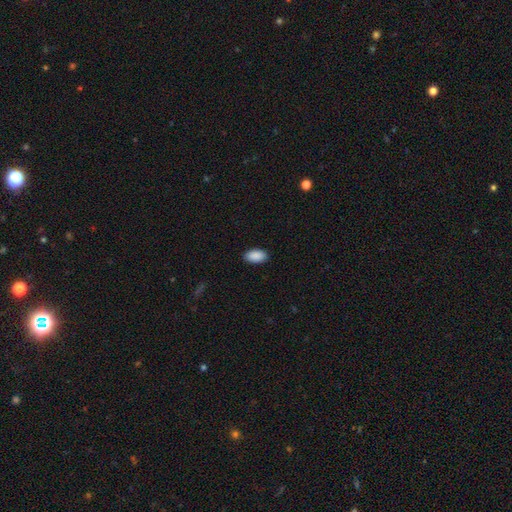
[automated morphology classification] type=smooth (91%); roundness=in between (95%); merging=none (89%).